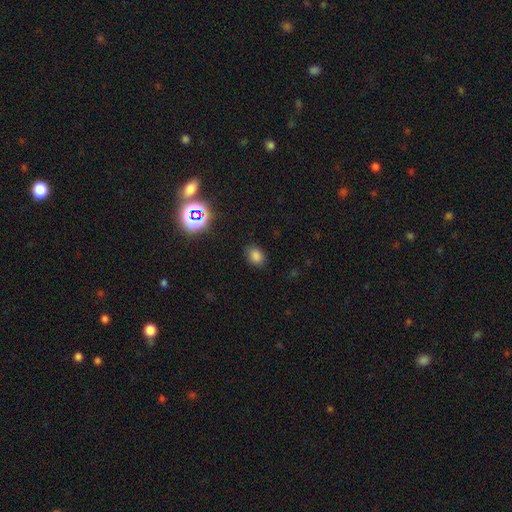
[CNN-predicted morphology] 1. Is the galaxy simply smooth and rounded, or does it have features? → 77% smooth, 17% star or artifact, 5% featured or disk.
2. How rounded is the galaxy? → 69% in between, 30% round, 1% cigar-shaped.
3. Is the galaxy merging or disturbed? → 83% none, 12% minor disturbance, 3% major disturbance, 1% merger.